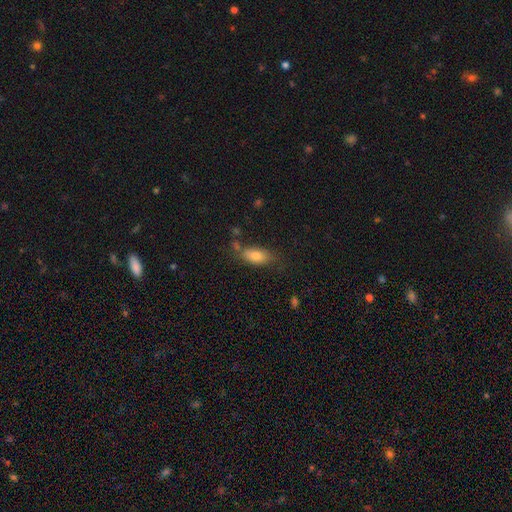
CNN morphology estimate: A smooth galaxy with no disk features (76%) that is in between round and cigar-shaped (83%). Merging: none (64%).